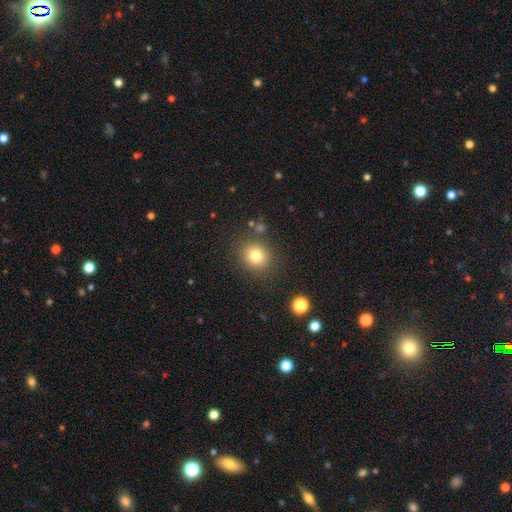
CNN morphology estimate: Smooth or featured? Predicted: smooth (p=0.80). How rounded? Predicted: round (p=0.81). Merging? Predicted: none (p=0.84).